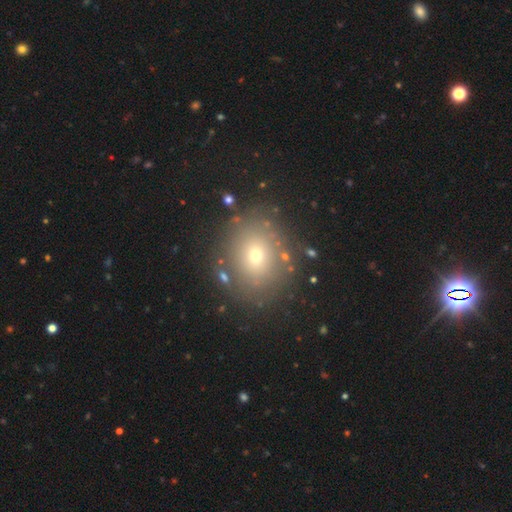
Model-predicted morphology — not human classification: Smooth or featured: smooth — 63% (star or artifact — 20%)
How rounded: round — 69% (in between — 30%)
Merging: none — 82% (minor disturbance — 10%)